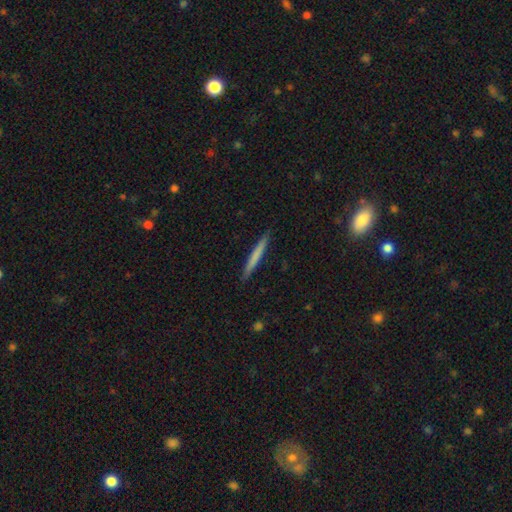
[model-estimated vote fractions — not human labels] A smooth galaxy with no disk features (67%) that is cigar-shaped (97%).

Vote fractions:
- Smooth or featured? smooth: 67% / featured or disk: 28% / star or artifact: 5%
- How rounded? cigar-shaped: 97% / in between: 2% / round: 1%
- Merging? none: 91% / minor disturbance: 7% / major disturbance: 1% / merger: 1%